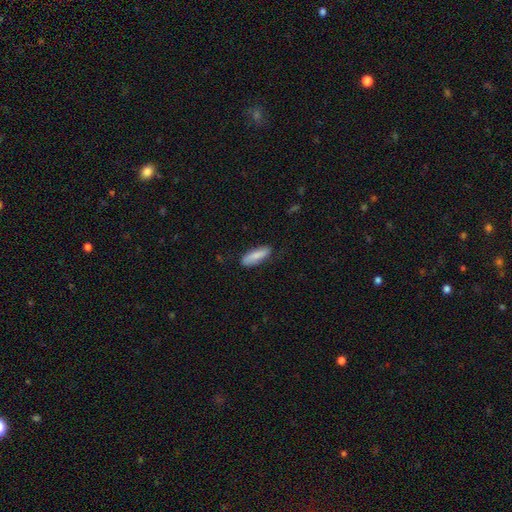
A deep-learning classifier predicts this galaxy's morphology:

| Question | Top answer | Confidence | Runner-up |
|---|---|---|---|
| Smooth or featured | smooth | 79% | featured or disk (15%) |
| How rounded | in between | 52% | cigar-shaped (46%) |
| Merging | none | 78% | minor disturbance (17%) |